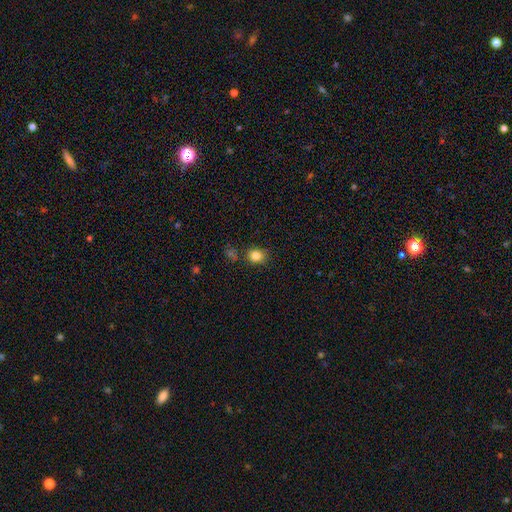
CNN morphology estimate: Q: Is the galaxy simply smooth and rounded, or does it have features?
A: smooth — 82%.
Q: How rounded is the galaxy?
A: round — 66%.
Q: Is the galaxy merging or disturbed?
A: none — 79%.